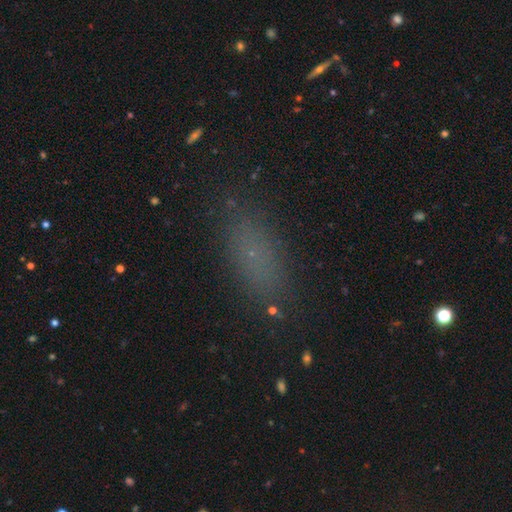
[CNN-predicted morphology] type=smooth (68%); roundness=in between (76%); merging=none (83%).